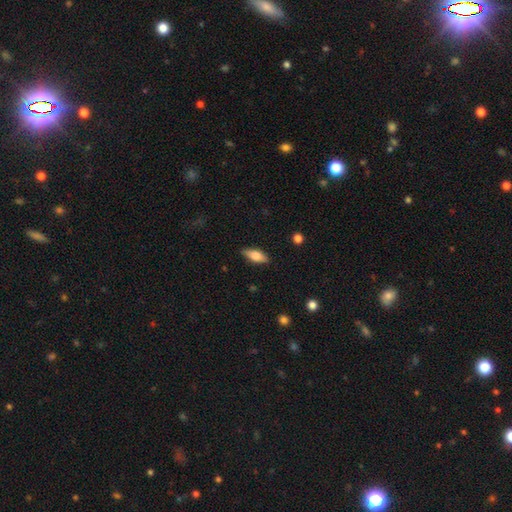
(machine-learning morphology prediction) smooth_or_featured: smooth (p=0.65) [alt: featured or disk p=0.29]
how_rounded: in between (p=0.73) [alt: cigar-shaped p=0.25]
merging: none (p=0.87) [alt: minor disturbance p=0.10]